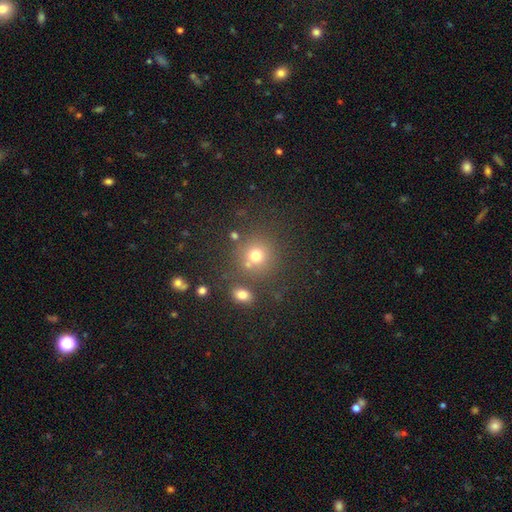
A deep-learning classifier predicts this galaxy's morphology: A smooth galaxy with no disk features (73%) that is round (87%). Merging: none (70%).